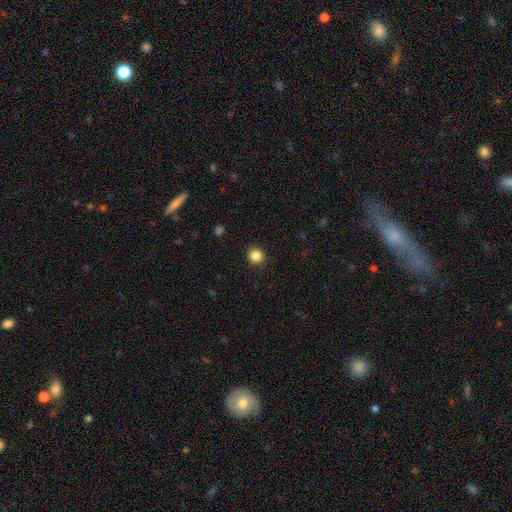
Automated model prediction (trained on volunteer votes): This is clearly a smooth galaxy (85%). How rounded: clearly round (91%). Merging: clearly none (91%).